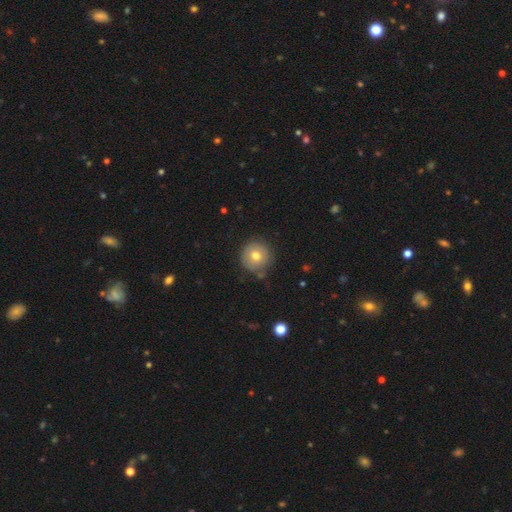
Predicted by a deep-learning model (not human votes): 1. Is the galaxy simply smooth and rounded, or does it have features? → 72% smooth, 18% featured or disk, 9% star or artifact.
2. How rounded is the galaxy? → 95% round, 4% in between, 1% cigar-shaped.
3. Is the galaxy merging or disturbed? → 80% none, 14% minor disturbance, 4% major disturbance, 3% merger.